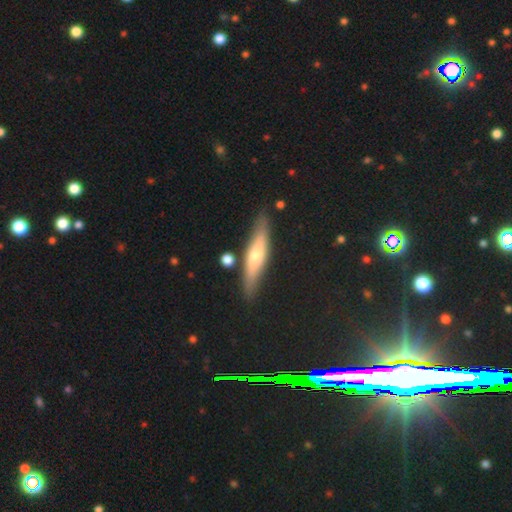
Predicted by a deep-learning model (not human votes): Q: Smooth or featured?
A: featured or disk (48%); runner-up: smooth (44%)
Q: Merging?
A: none (82%); runner-up: minor disturbance (12%)